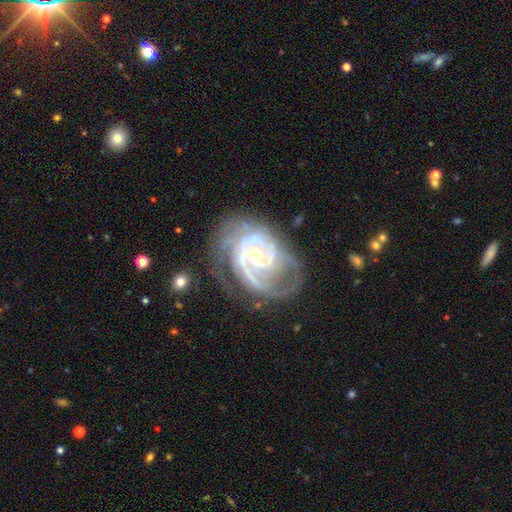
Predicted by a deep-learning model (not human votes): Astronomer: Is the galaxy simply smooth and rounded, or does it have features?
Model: featured or disk — 91%.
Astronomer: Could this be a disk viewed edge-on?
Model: no — 97%.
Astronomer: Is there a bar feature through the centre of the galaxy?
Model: no — 65%.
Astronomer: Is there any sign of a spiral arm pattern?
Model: yes — 97%.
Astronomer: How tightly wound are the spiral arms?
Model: tight — 69%.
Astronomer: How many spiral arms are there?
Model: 3 — 31% (runner-up: 2, 30%).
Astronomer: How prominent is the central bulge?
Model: moderate — 56% (runner-up: small, 39%).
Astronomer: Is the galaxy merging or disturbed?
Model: none — 61%.